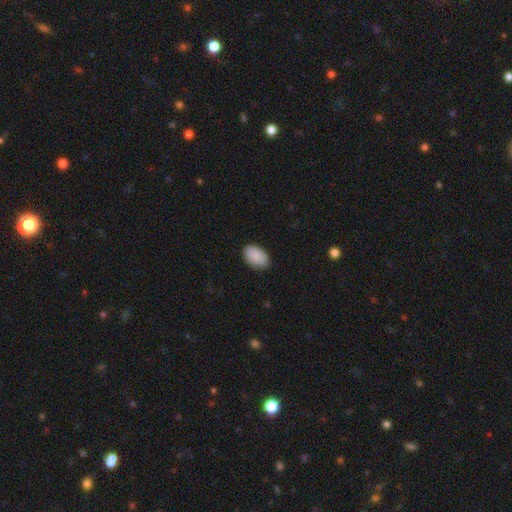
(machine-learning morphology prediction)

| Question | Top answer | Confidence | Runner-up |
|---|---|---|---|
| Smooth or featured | smooth | 89% | star or artifact (6%) |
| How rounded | in between | 92% | round (6%) |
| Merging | none | 85% | minor disturbance (12%) |